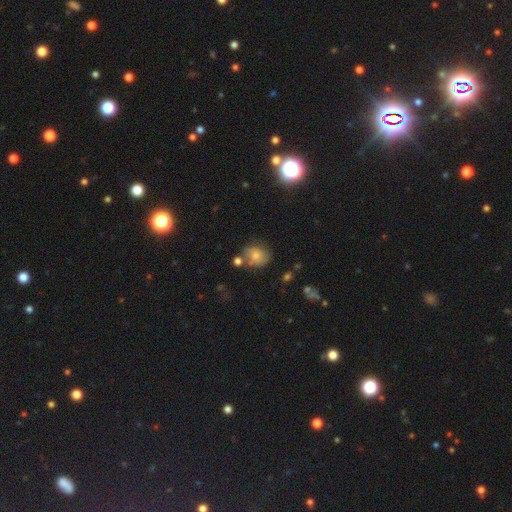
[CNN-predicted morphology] The model was most divided on "how rounded": round: 59%, in between: 40%, cigar-shaped: 1%. More confident: smooth or featured — smooth (69%); merging — none (58%).